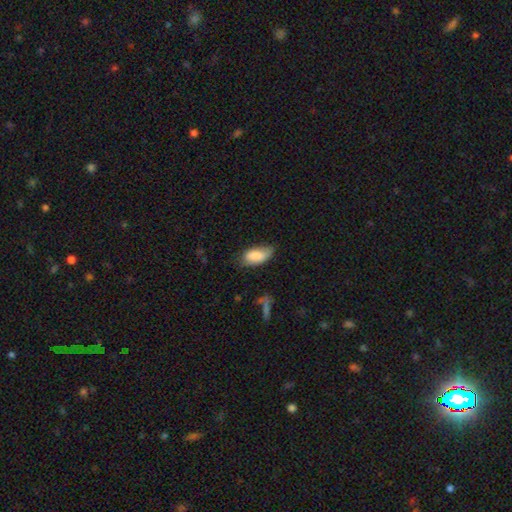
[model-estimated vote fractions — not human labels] smooth-or-featured: smooth: 80% | featured or disk: 13% | star or artifact: 7%
  how-rounded: in between: 92% | cigar-shaped: 6% | round: 3%
  merging: none: 50% | minor disturbance: 38% | major disturbance: 10% | merger: 2%